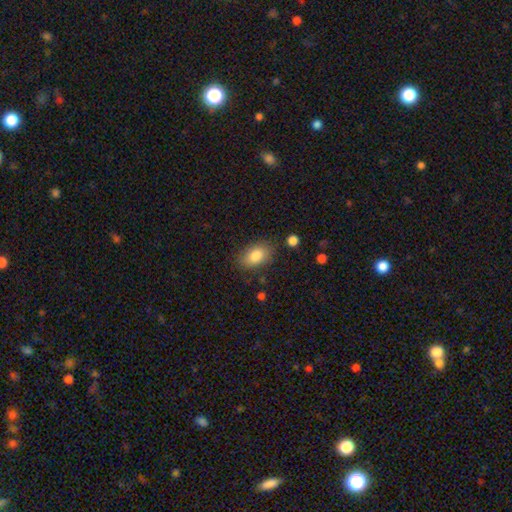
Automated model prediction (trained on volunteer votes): Morphology: type=smooth (83%); roundness=in between (88%); merging=none (81%).